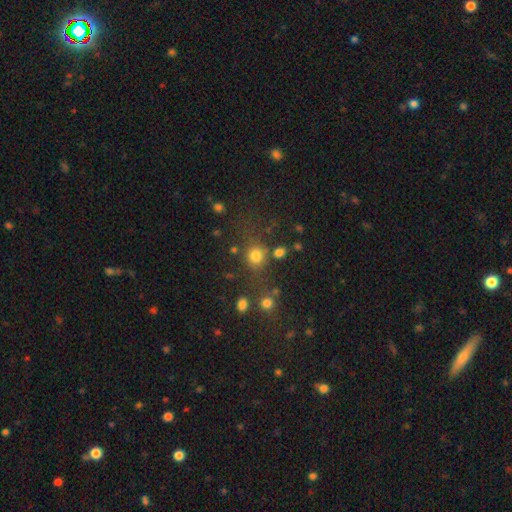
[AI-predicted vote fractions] Smooth or featured: smooth — 76% (star or artifact — 16%)
How rounded: round — 83% (in between — 16%)
Merging: none — 66% (merger — 14%)